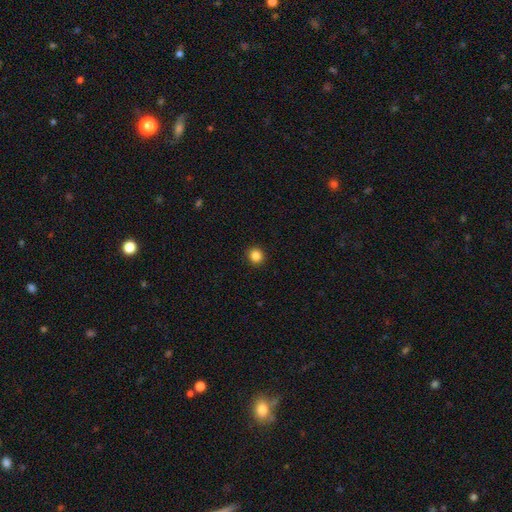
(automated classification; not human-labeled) Overall: smooth (85%). How rounded: round (89%). Merging: none (92%).